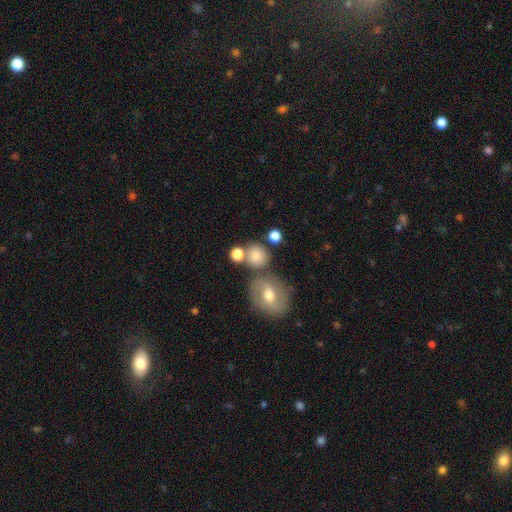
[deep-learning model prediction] A smooth galaxy with no disk features (77%) that is round (81%). Merging: none (62%).